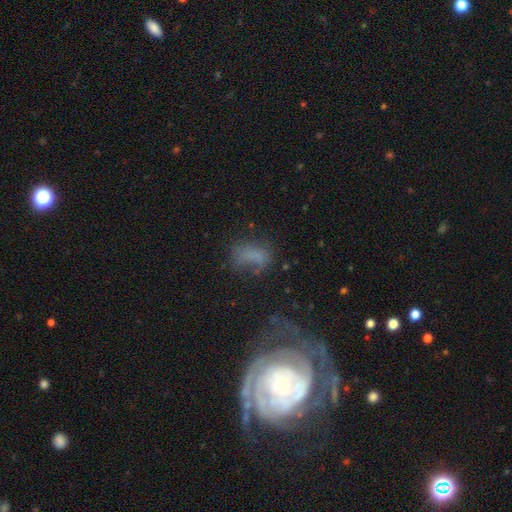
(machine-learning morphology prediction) A smooth galaxy with no disk features (56%) that is in between round and cigar-shaped (82%).

Vote fractions:
- Smooth or featured? smooth: 56% / featured or disk: 25% / star or artifact: 18%
- How rounded? in between: 82% / round: 13% / cigar-shaped: 6%
- Merging? none: 39% / major disturbance: 29% / minor disturbance: 23% / merger: 9%